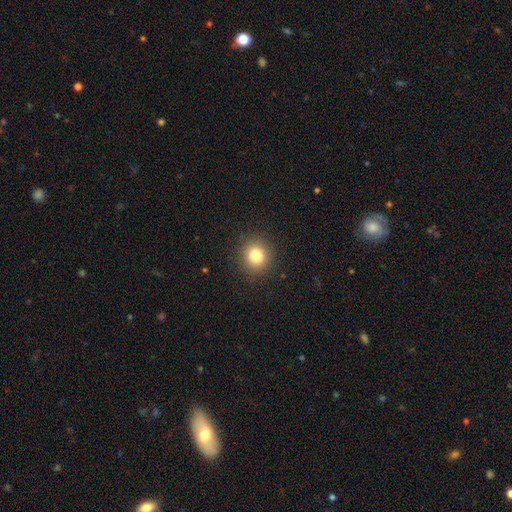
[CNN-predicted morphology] smooth 82%, star or artifact 12%, featured or disk 7%. Down the decision tree: how rounded — round (90%); merging — none (91%).